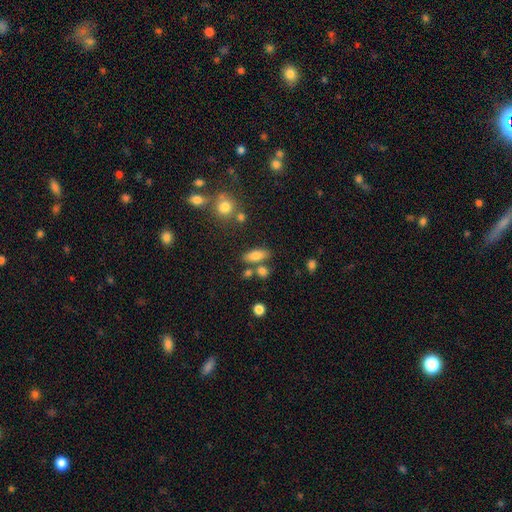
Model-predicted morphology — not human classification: Smooth or featured?
  - smooth: 79% *
  - featured or disk: 11%
  - star or artifact: 10%
How rounded?
  - in between: 76% *
  - cigar-shaped: 18%
  - round: 6%
Merging?
  - none: 66% *
  - merger: 17%
  - minor disturbance: 13%
  - major disturbance: 5%